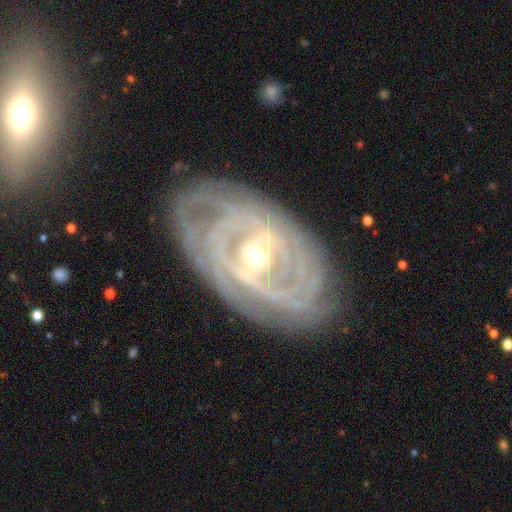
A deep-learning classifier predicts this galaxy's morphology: featured or disk 88%, smooth 6%, star or artifact 5%. Down the decision tree: edge-on disk — no (94%); bar — weak (39%); spiral arms — yes (94%); spiral arm count — can't tell (35%); spiral winding — tight (78%); bulge size — moderate (49%); merging — none (78%).